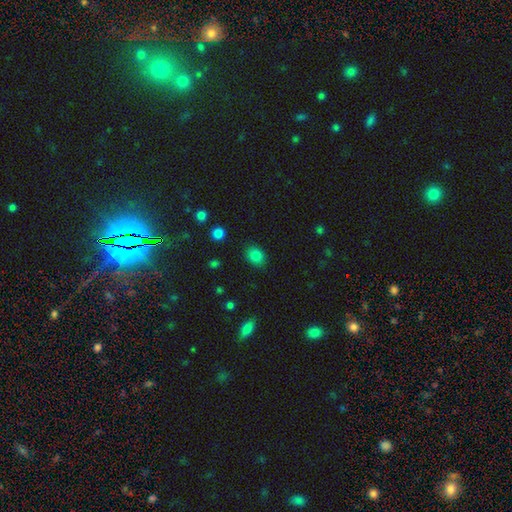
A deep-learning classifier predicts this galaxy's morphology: smooth-or-featured: smooth: 82% | star or artifact: 11% | featured or disk: 6%
  how-rounded: round: 50% | in between: 49% | cigar-shaped: 1%
  merging: none: 87% | minor disturbance: 9% | major disturbance: 3% | merger: 1%